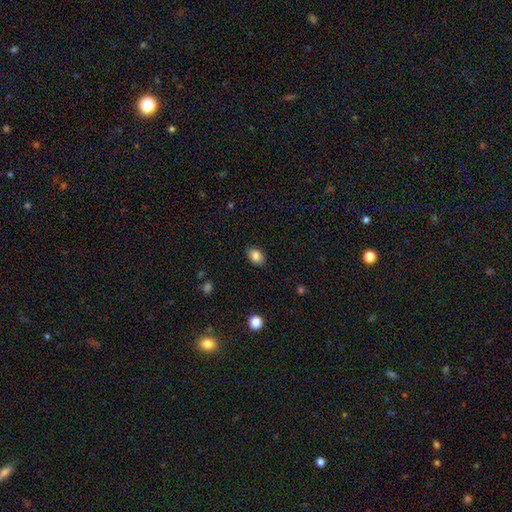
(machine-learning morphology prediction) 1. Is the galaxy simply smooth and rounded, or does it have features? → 84% smooth, 9% star or artifact, 6% featured or disk.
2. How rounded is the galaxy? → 78% in between, 21% round, 1% cigar-shaped.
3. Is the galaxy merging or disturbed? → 86% none, 11% minor disturbance, 2% major disturbance, 1% merger.